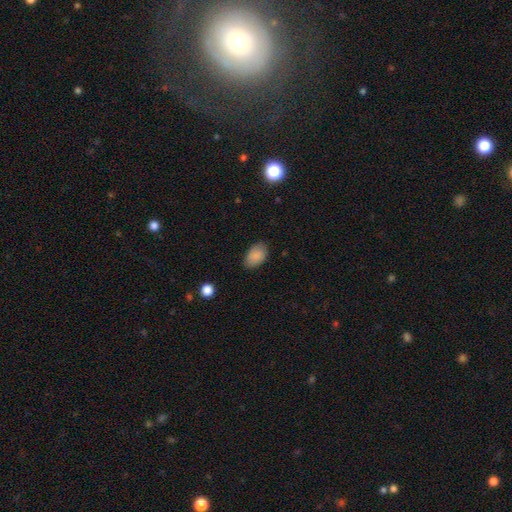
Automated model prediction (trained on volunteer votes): Smooth or featured? smooth (87%)
How rounded? in between (90%)
Merging? none (79%)